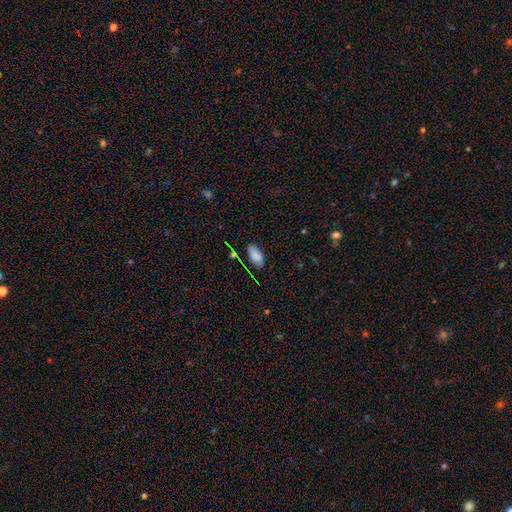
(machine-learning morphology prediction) A smooth galaxy with no disk features (83%) that is in between round and cigar-shaped (93%). Merging: none (75%).